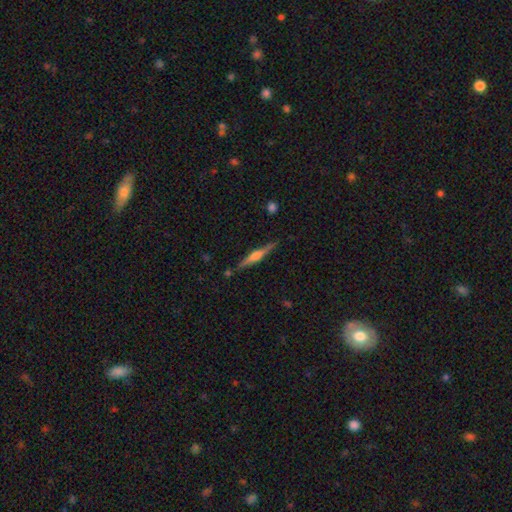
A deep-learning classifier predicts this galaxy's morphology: Q: Smooth or featured?
A: featured or disk (74%); runner-up: smooth (20%)
Q: Edge-on disk?
A: yes (98%); runner-up: no (2%)
Q: Edge-on bulge?
A: rounded (84%); runner-up: boxy (12%)
Q: Merging?
A: none (87%); runner-up: minor disturbance (9%)